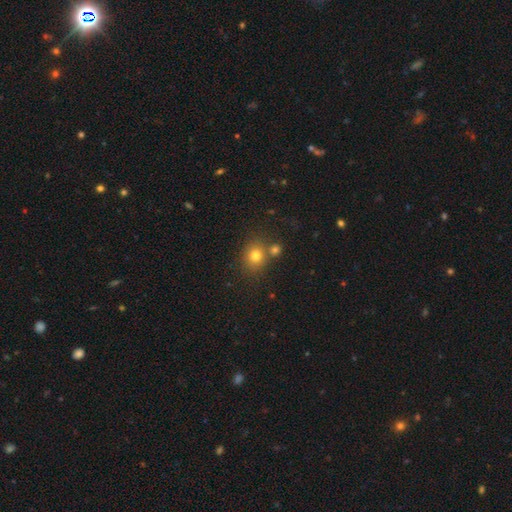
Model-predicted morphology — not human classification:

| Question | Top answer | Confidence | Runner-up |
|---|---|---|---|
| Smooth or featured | smooth | 77% | star or artifact (14%) |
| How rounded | round | 76% | in between (23%) |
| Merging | none | 65% | merger (22%) |